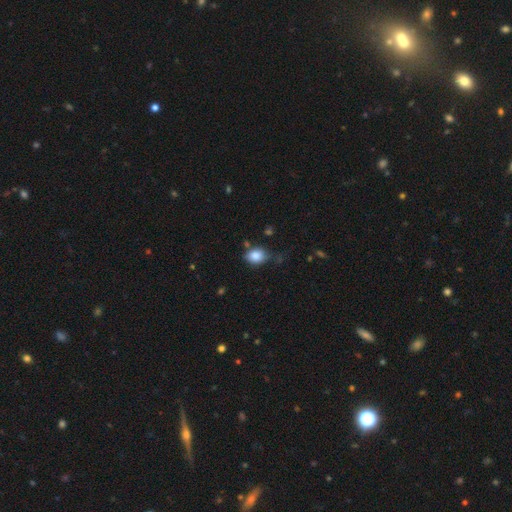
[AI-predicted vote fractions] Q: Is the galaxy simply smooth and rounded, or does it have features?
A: smooth — 85%.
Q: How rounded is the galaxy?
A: in between — 62%.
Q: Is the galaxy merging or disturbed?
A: none — 66%.